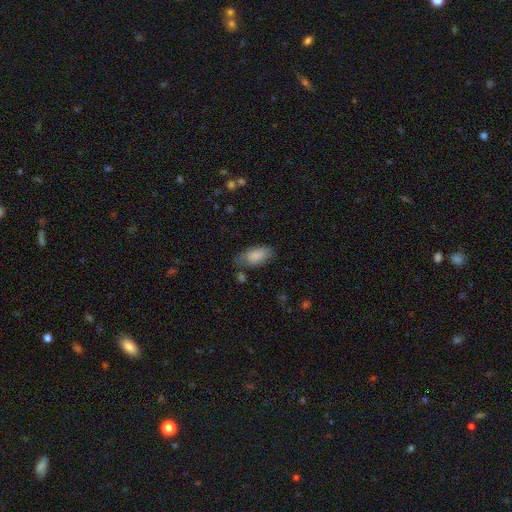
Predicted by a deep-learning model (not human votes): smooth_or_featured: smooth (p=0.83) [alt: featured or disk p=0.11]
how_rounded: in between (p=0.92) [alt: cigar-shaped p=0.05]
merging: none (p=0.57) [alt: minor disturbance p=0.29]